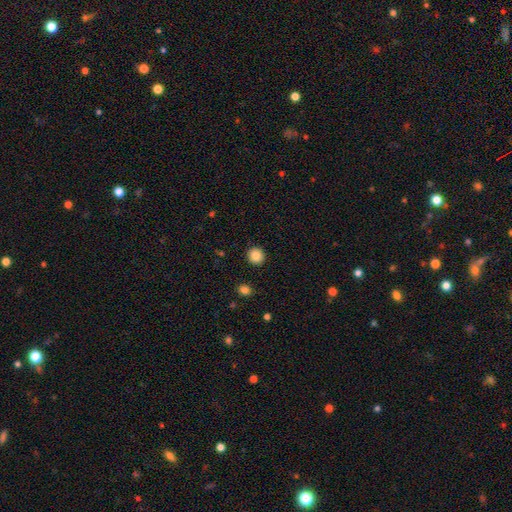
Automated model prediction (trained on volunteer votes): Smooth or featured?
  - smooth: 85% *
  - star or artifact: 9%
  - featured or disk: 6%
How rounded?
  - round: 90% *
  - in between: 9%
  - cigar-shaped: 1%
Merging?
  - none: 92% *
  - minor disturbance: 5%
  - major disturbance: 2%
  - merger: 1%